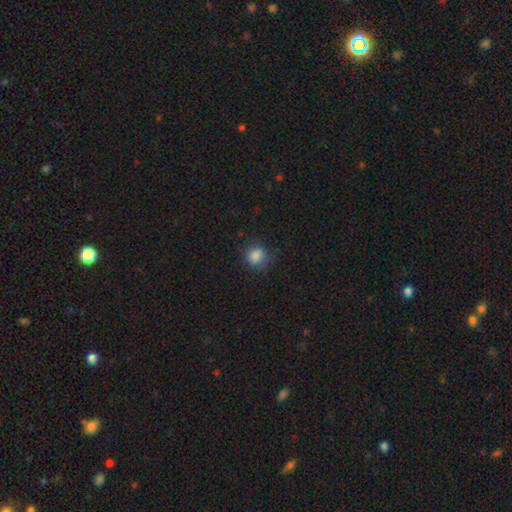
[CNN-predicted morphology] smooth 85%, star or artifact 11%, featured or disk 4%. Down the decision tree: how rounded — round (77%); merging — none (80%).